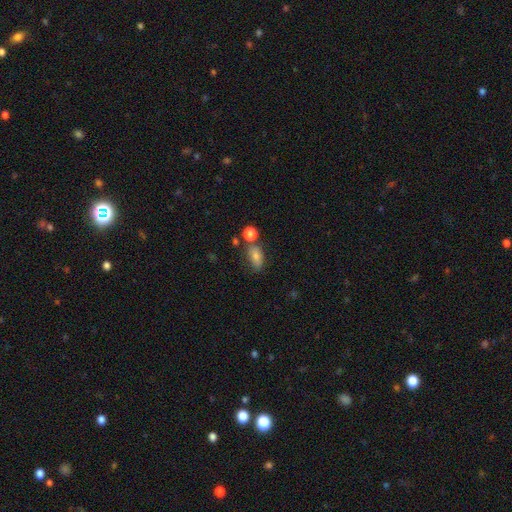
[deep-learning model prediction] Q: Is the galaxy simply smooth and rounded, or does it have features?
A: smooth — 73%.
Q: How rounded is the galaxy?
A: in between — 82%.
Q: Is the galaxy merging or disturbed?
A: none — 56%.